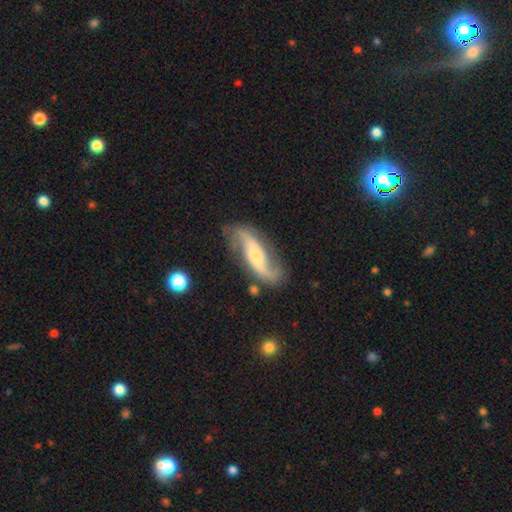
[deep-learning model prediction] A featured or disk galaxy (84%) with no bar (43%), 2 (92%) loose (72%) spiral arms (96%) and a small central bulge (51%).

Vote fractions:
- Smooth or featured? featured or disk: 84% / smooth: 11% / star or artifact: 5%
- Edge-on disk? no: 91% / yes: 9%
- Bar? no: 43% / weak: 30% / strong: 26%
- Spiral arms? yes: 96% / no: 4%
- Spiral winding? loose: 72% / medium: 21% / tight: 7%
- Spiral arm count? 2: 92% / can't tell: 3% / 1: 3% / 3: 1% / 4: 1% / more than 4: 1%
- Bulge size? small: 51% / moderate: 39% / large: 5% / none: 4% / dominant: 2%
- Merging? none: 75% / minor disturbance: 16% / major disturbance: 6% / merger: 3%